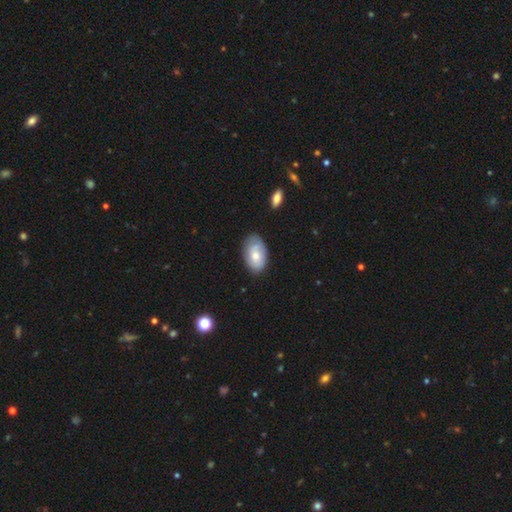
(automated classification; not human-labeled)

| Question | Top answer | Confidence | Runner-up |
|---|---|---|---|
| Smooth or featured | smooth | 62% | featured or disk (32%) |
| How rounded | in between | 91% | round (8%) |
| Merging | none | 72% | minor disturbance (21%) |